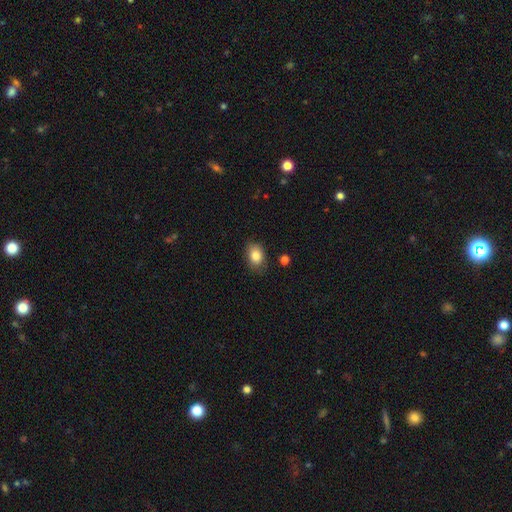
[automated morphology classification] A smooth galaxy with no disk features (83%) that is in between round and cigar-shaped (73%). Merging: none (81%).